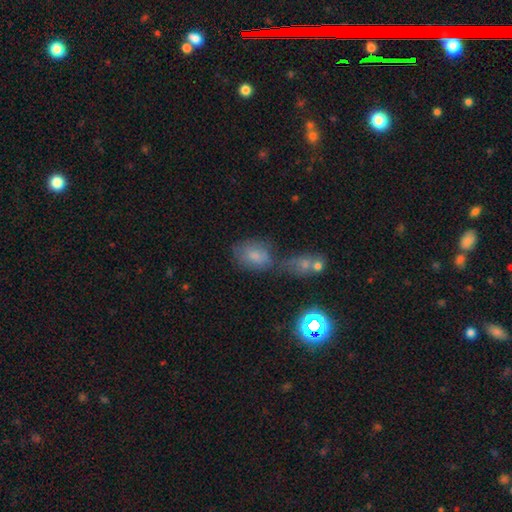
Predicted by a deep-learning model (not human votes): smooth_or_featured: smooth (p=0.70) [alt: star or artifact p=0.15]
how_rounded: in between (p=0.76) [alt: round p=0.22]
merging: none (p=0.41) [alt: merger p=0.29]